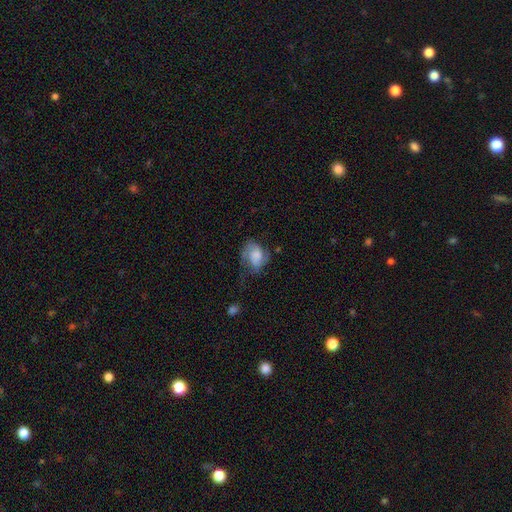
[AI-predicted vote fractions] Q: Smooth or featured?
A: featured or disk (46%); tied with: smooth (46%)
Q: Merging?
A: none (41%); runner-up: minor disturbance (29%)